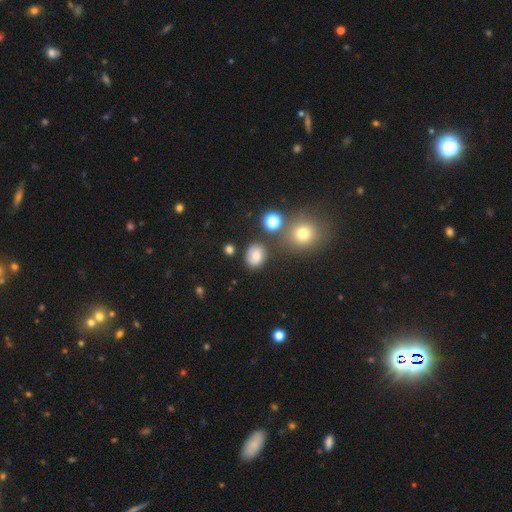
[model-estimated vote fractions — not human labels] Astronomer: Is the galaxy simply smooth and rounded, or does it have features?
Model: smooth — 73%.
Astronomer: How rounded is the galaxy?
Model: round — 52% (runner-up: in between, 46%).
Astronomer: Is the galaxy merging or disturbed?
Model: none — 73%.